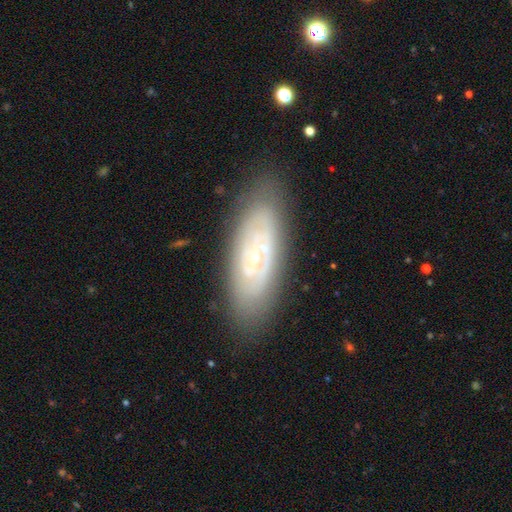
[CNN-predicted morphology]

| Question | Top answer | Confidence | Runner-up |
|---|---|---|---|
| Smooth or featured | featured or disk | 72% | smooth (21%) |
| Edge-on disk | no | 88% | yes (12%) |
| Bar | no | 73% | weak (21%) |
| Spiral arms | yes | 65% | no (35%) |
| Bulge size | small | 78% | moderate (16%) |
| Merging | none | 82% | minor disturbance (13%) |